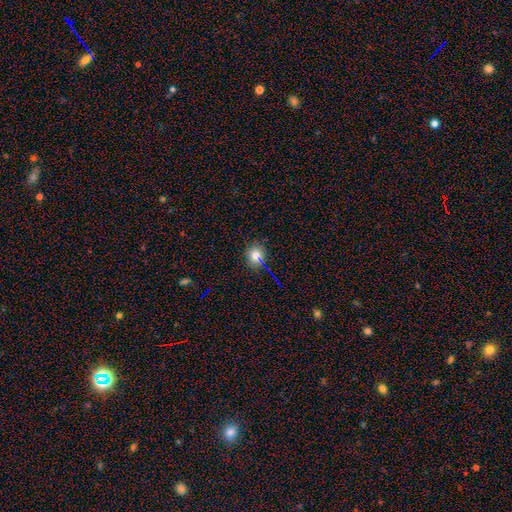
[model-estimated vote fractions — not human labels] smooth-or-featured: smooth: 70% | star or artifact: 21% | featured or disk: 9%
  how-rounded: round: 76% | in between: 22% | cigar-shaped: 2%
  merging: none: 83% | minor disturbance: 11% | major disturbance: 3% | merger: 2%